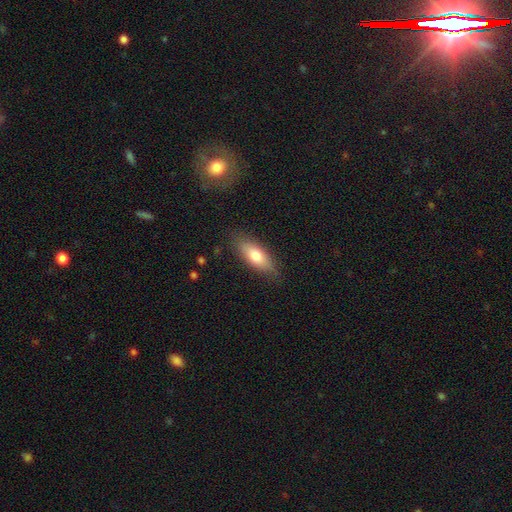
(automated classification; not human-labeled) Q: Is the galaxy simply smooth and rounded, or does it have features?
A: smooth — 74%.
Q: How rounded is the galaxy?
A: in between — 72%.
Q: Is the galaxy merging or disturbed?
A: none — 82%.